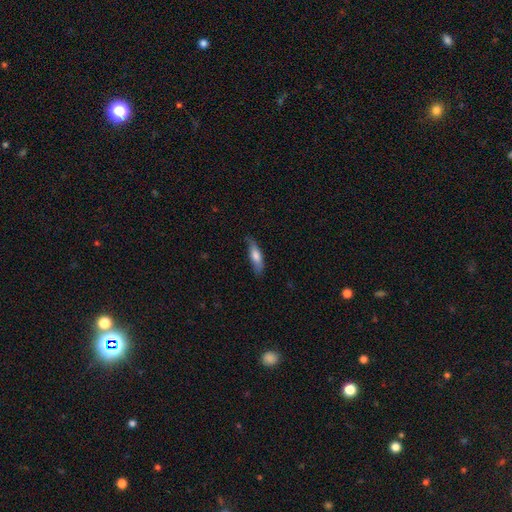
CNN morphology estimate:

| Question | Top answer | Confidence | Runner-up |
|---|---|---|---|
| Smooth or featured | smooth | 68% | featured or disk (26%) |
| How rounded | cigar-shaped | 62% | in between (36%) |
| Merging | none | 73% | minor disturbance (22%) |